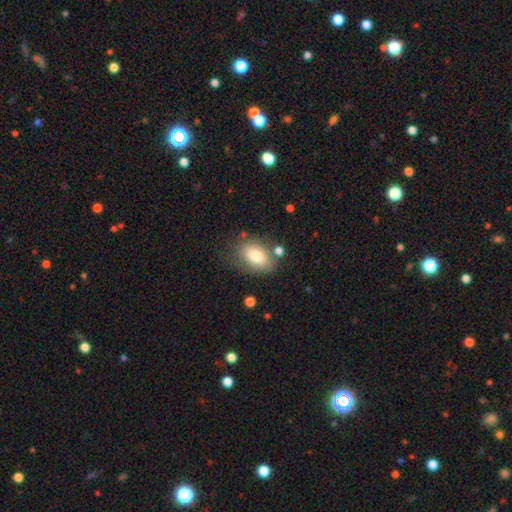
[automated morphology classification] Q: Smooth or featured?
A: smooth (77%); runner-up: featured or disk (15%)
Q: How rounded?
A: in between (83%); runner-up: round (16%)
Q: Merging?
A: none (68%); runner-up: minor disturbance (18%)